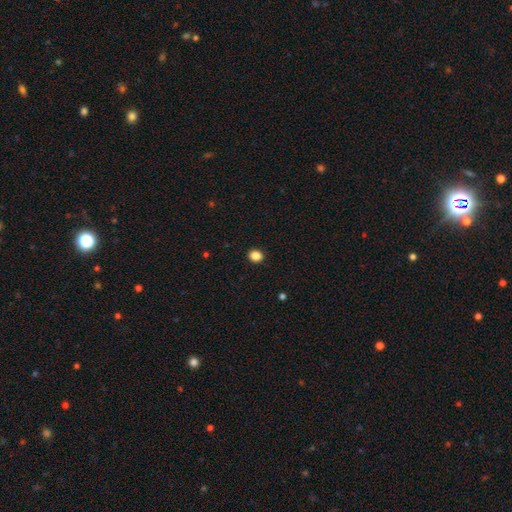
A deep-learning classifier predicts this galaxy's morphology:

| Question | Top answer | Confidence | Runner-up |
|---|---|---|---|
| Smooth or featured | smooth | 87% | star or artifact (10%) |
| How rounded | round | 59% | in between (40%) |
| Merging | none | 91% | minor disturbance (6%) |